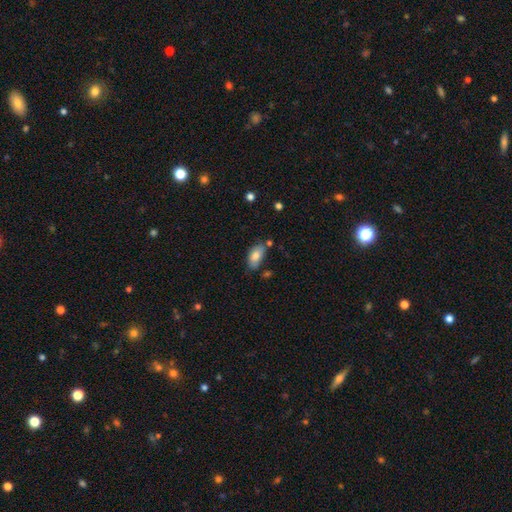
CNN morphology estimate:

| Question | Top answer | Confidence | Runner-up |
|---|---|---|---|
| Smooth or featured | smooth | 80% | featured or disk (13%) |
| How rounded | in between | 93% | round (4%) |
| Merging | none | 62% | minor disturbance (23%) |